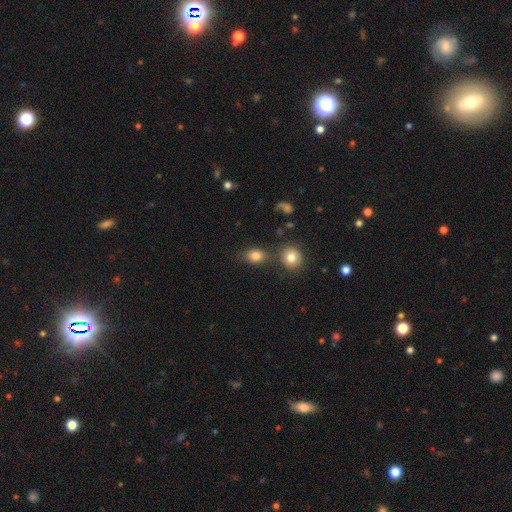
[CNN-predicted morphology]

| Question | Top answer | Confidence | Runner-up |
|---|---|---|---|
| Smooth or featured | smooth | 81% | star or artifact (11%) |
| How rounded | in between | 63% | round (36%) |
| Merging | none | 67% | minor disturbance (14%) |